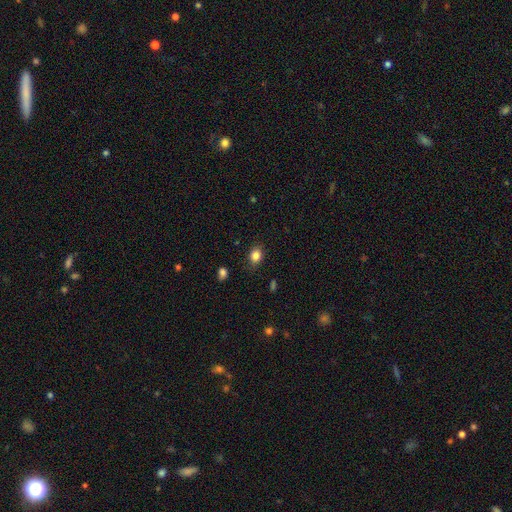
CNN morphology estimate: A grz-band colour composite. It shows a smooth galaxy with no disk features (84%) that is in between round and cigar-shaped (55%). Merging: none (83%).